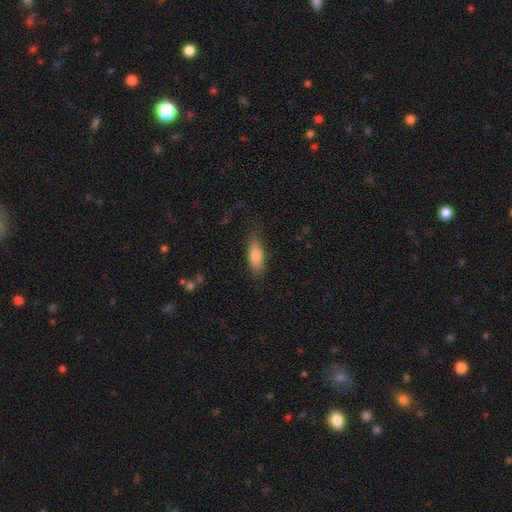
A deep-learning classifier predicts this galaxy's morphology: smooth_or_featured: smooth (p=0.79) [alt: featured or disk p=0.15]
how_rounded: in between (p=0.71) [alt: cigar-shaped p=0.26]
merging: none (p=0.77) [alt: minor disturbance p=0.17]